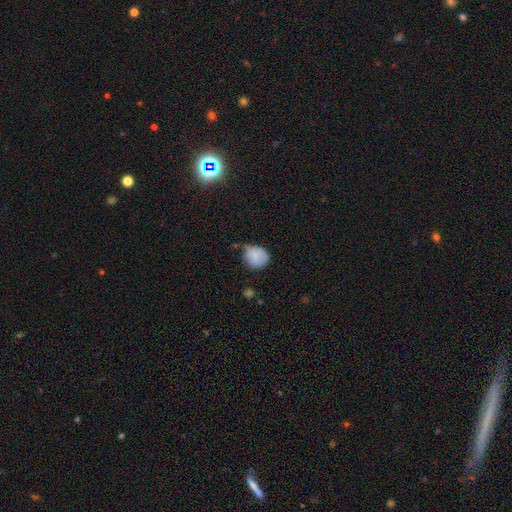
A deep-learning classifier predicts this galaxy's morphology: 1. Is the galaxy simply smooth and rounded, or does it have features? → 81% smooth, 10% featured or disk, 9% star or artifact.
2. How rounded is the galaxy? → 72% round, 27% in between, 1% cigar-shaped.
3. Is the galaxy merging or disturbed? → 47% none, 41% minor disturbance, 9% major disturbance, 4% merger.